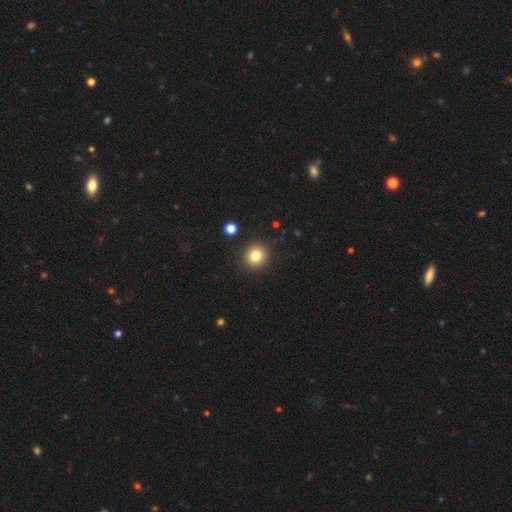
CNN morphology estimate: Smooth or featured: smooth — 81% (star or artifact — 11%)
How rounded: round — 91% (in between — 8%)
Merging: none — 90% (minor disturbance — 6%)